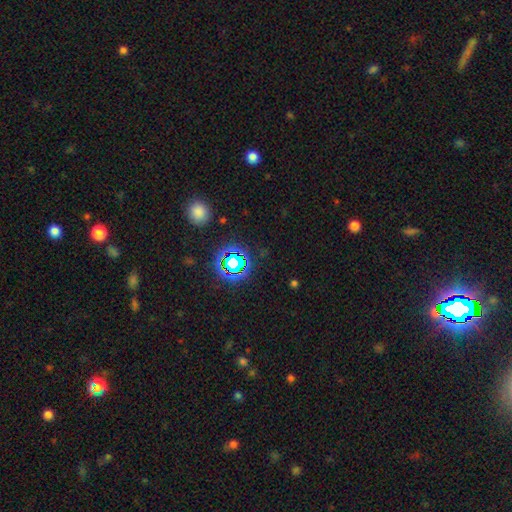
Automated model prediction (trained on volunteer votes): A star or artifact, not a galaxy (74%).